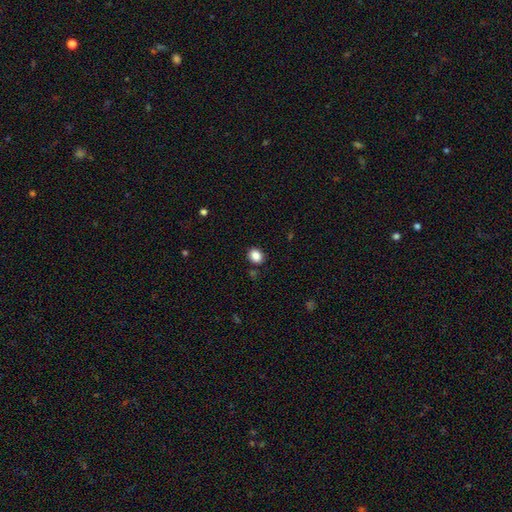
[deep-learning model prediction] This is clearly a smooth galaxy (86%). How rounded: possibly round (56%). Merging: clearly none (86%).